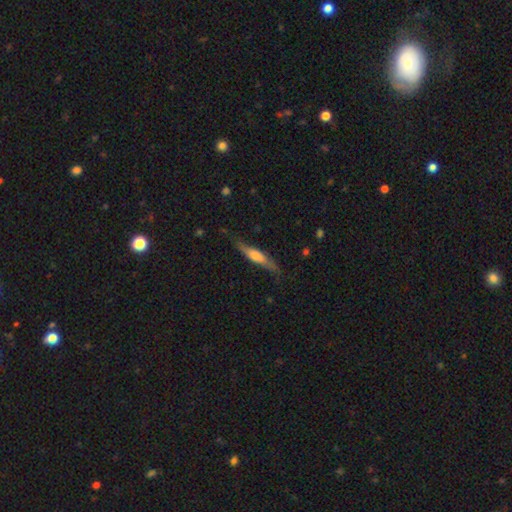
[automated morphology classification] Smooth or featured? Predicted: smooth (p=0.48). Merging? Predicted: none (p=0.72).